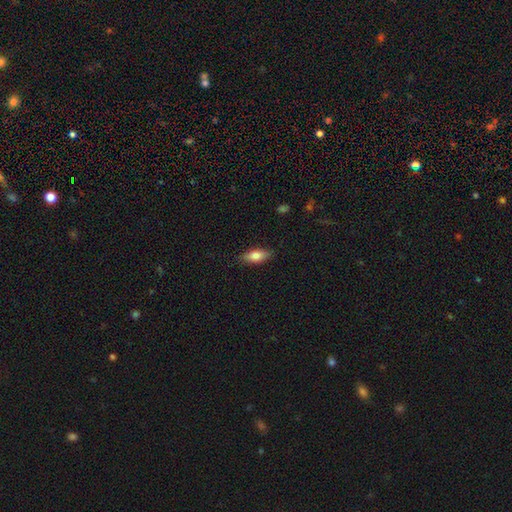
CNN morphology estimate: Smooth or featured?
  - smooth: 78% *
  - featured or disk: 15%
  - star or artifact: 7%
How rounded?
  - in between: 76% *
  - cigar-shaped: 21%
  - round: 3%
Merging?
  - none: 86% *
  - minor disturbance: 11%
  - major disturbance: 2%
  - merger: 1%